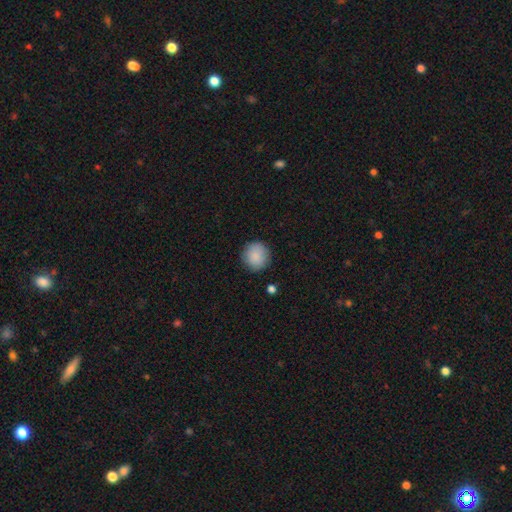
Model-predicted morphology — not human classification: Smooth or featured? Predicted: smooth (p=0.88). How rounded? Predicted: round (p=0.92). Merging? Predicted: none (p=0.88).